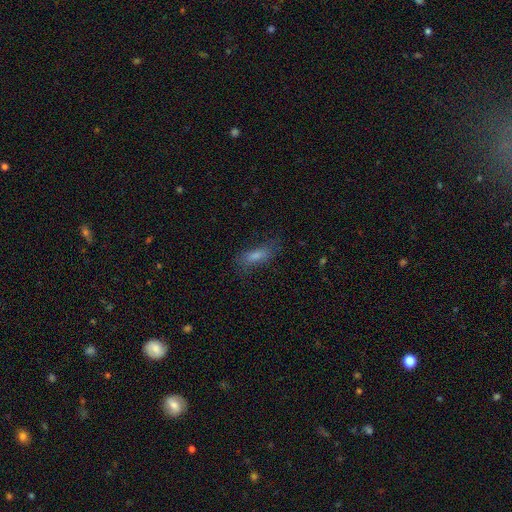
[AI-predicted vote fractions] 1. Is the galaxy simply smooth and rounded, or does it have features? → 59% smooth, 25% featured or disk, 17% star or artifact.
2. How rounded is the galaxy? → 51% in between, 45% cigar-shaped, 4% round.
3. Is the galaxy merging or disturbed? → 69% none, 19% minor disturbance, 10% major disturbance, 2% merger.